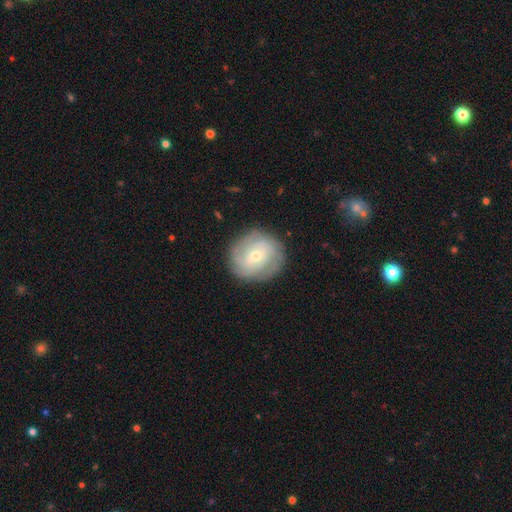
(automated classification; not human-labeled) featured or disk 64%, smooth 29%, star or artifact 7%. Down the decision tree: edge-on disk — no (97%); bar — no (59%); spiral arms — yes (81%); spiral arm count — can't tell (44%); spiral winding — tight (64%); bulge size — small (52%); merging — none (84%).